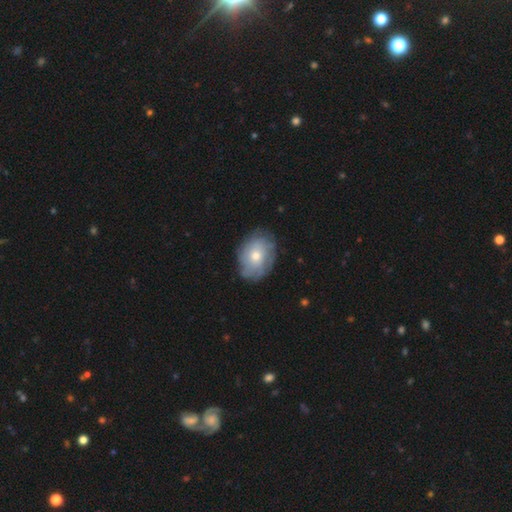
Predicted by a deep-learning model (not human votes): smooth-or-featured: featured or disk: 48% | smooth: 45% | star or artifact: 7%
  merging: none: 75% | minor disturbance: 18% | major disturbance: 6% | merger: 1%